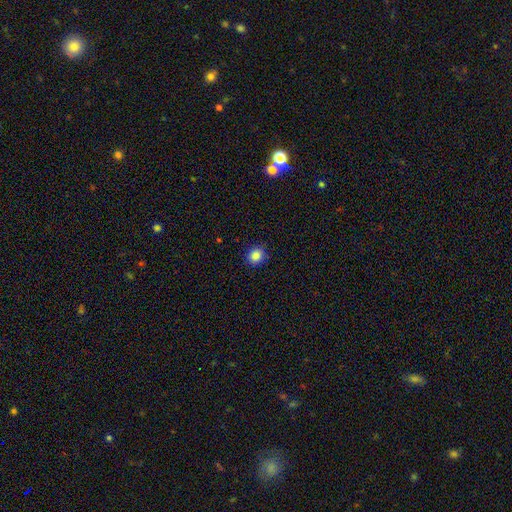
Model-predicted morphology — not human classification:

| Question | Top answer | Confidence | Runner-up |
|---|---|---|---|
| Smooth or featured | smooth | 87% | star or artifact (10%) |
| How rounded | round | 79% | in between (20%) |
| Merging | none | 90% | minor disturbance (7%) |